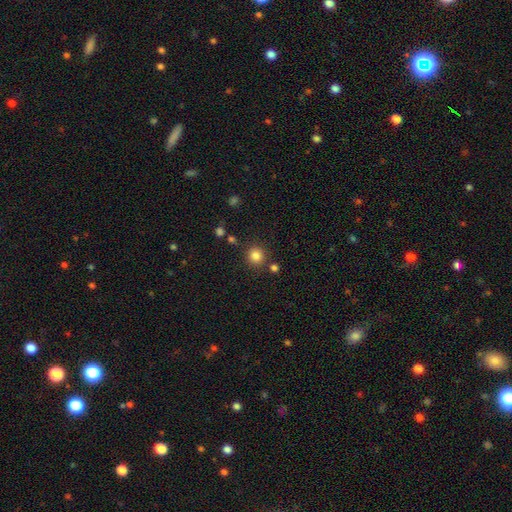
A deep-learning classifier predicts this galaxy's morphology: smooth-or-featured: smooth: 84% | star or artifact: 12% | featured or disk: 4%
  how-rounded: round: 91% | in between: 8% | cigar-shaped: 1%
  merging: none: 82% | minor disturbance: 8% | merger: 7% | major disturbance: 3%